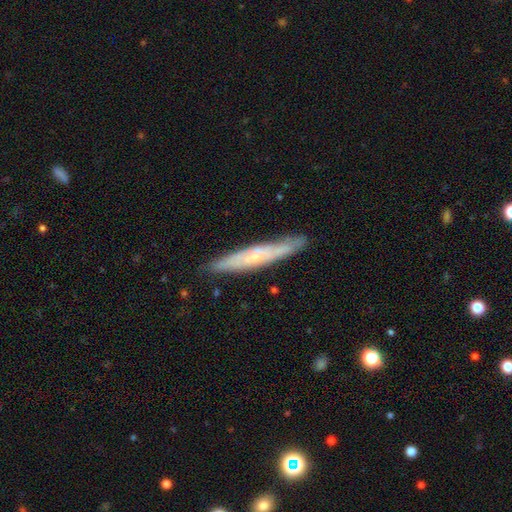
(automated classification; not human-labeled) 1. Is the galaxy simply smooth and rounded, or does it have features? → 53% featured or disk, 40% smooth, 6% star or artifact.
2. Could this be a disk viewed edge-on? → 79% yes, 21% no.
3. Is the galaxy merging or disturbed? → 84% none, 12% minor disturbance, 2% major disturbance, 1% merger.